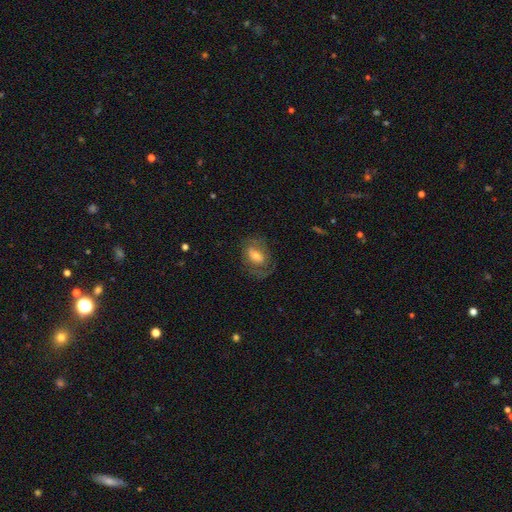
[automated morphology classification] Smooth or featured? featured or disk (52%)
Edge-on disk? no (94%)
Merging? none (63%)